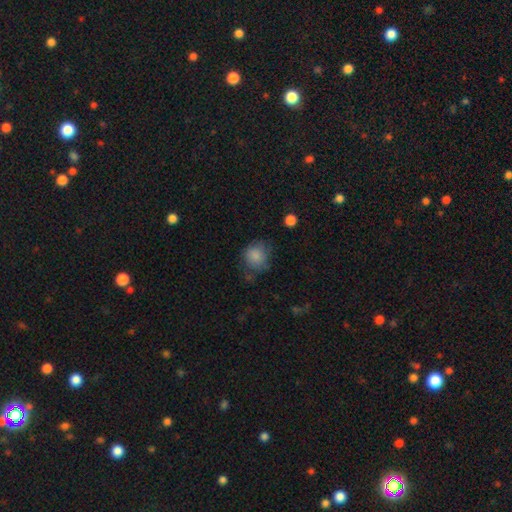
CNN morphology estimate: A smooth galaxy with no disk features (82%) that is round (78%).

Vote fractions:
- Smooth or featured? smooth: 82% / featured or disk: 9% / star or artifact: 9%
- How rounded? round: 78% / in between: 21% / cigar-shaped: 1%
- Merging? none: 60% / minor disturbance: 26% / major disturbance: 11% / merger: 2%